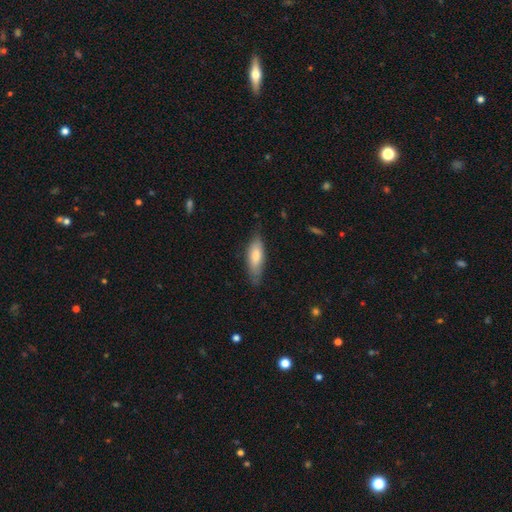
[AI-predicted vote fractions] smooth_or_featured: smooth (p=0.74) [alt: featured or disk p=0.20]
how_rounded: in between (p=0.59) [alt: cigar-shaped p=0.40]
merging: none (p=0.71) [alt: minor disturbance p=0.24]